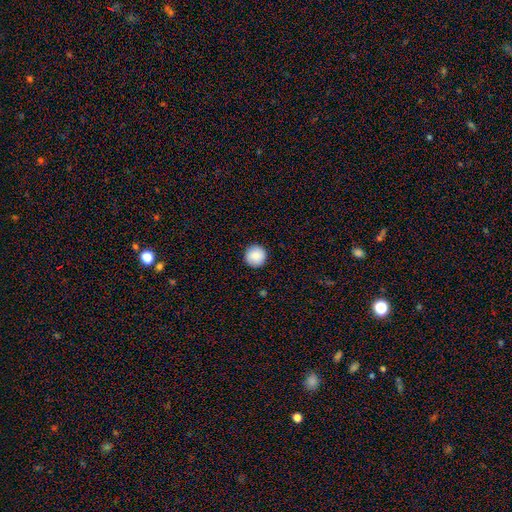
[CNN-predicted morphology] The model was most divided on "smooth or featured": smooth: 88%, star or artifact: 7%, featured or disk: 5%. More confident: how rounded — round (96%); merging — none (91%).